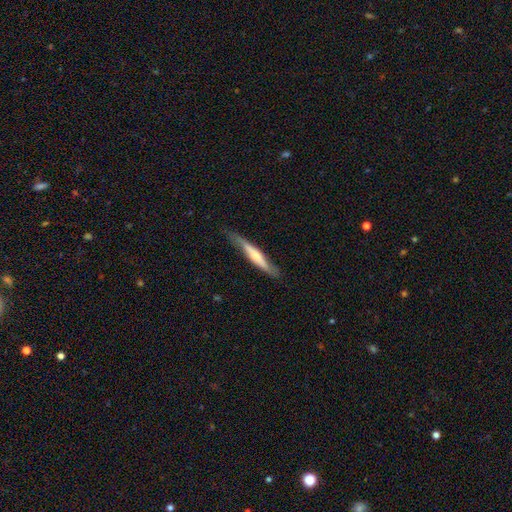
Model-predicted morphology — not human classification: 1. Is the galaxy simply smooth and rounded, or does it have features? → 48% featured or disk, 47% smooth, 5% star or artifact.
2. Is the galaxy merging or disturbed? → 71% none, 22% minor disturbance, 5% major disturbance, 2% merger.